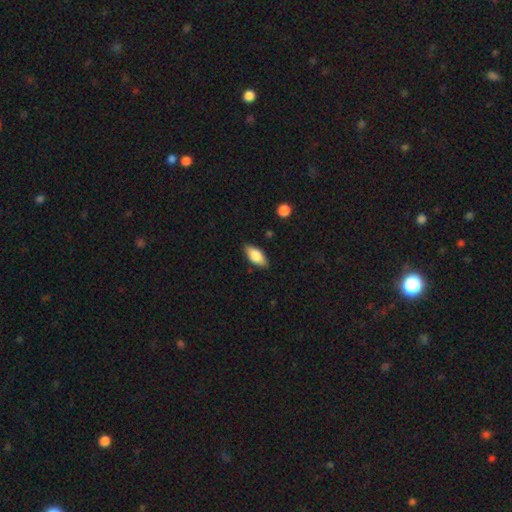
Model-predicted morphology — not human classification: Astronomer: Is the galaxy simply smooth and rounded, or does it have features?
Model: smooth — 78%.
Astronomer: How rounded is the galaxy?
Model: in between — 88%.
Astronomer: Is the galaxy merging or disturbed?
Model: none — 84%.